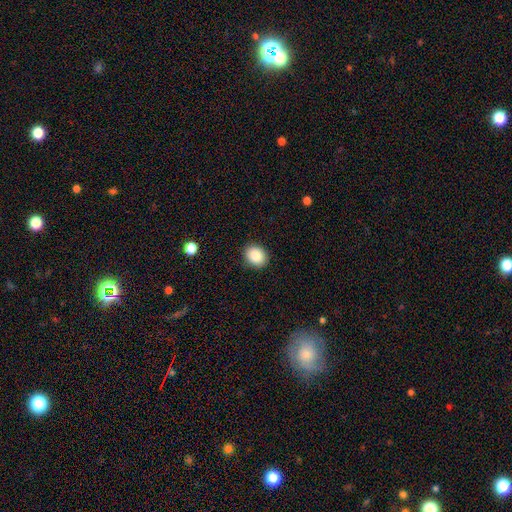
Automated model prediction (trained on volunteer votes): Smooth or featured?
  - smooth: 86% *
  - star or artifact: 9%
  - featured or disk: 5%
How rounded?
  - round: 59% *
  - in between: 40%
  - cigar-shaped: 1%
Merging?
  - none: 89% *
  - minor disturbance: 8%
  - major disturbance: 2%
  - merger: 1%